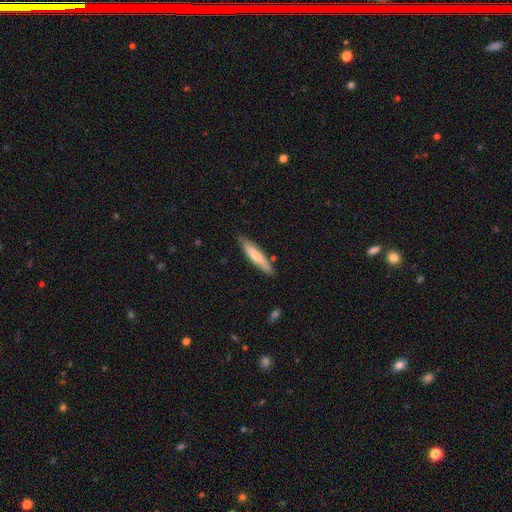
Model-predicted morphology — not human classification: Overall: smooth (69%). How rounded: cigar-shaped (84%). Merging: none (81%).